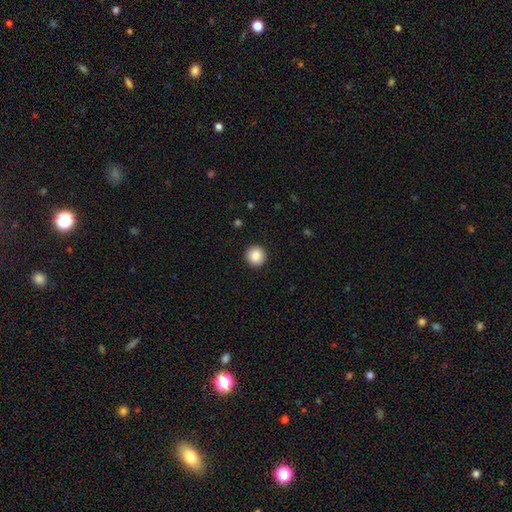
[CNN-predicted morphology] Overall: smooth (87%). How rounded: round (94%). Merging: none (92%).